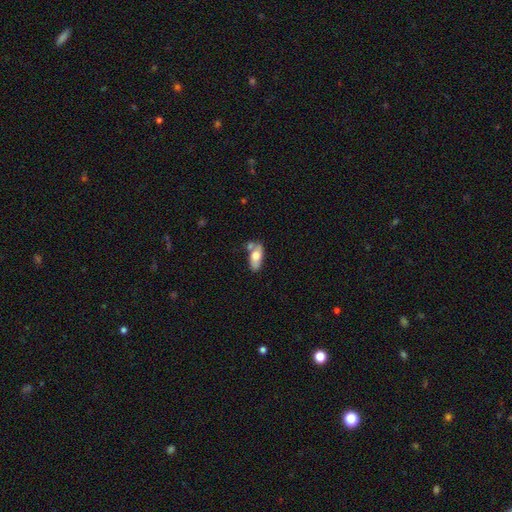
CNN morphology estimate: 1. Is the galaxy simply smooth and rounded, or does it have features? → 68% smooth, 26% featured or disk, 6% star or artifact.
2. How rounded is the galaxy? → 85% in between, 12% cigar-shaped, 3% round.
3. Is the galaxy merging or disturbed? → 46% none, 27% merger, 20% minor disturbance, 7% major disturbance.